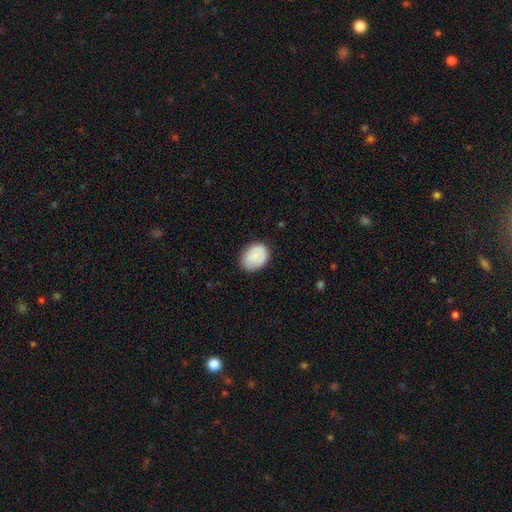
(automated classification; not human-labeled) Smooth or featured? smooth (84%)
How rounded? in between (65%)
Merging? none (82%)